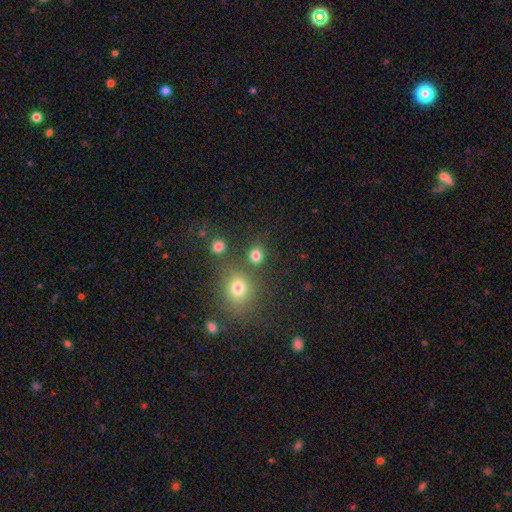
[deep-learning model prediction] Overall: smooth (78%). How rounded: round (77%). Merging: none (76%).